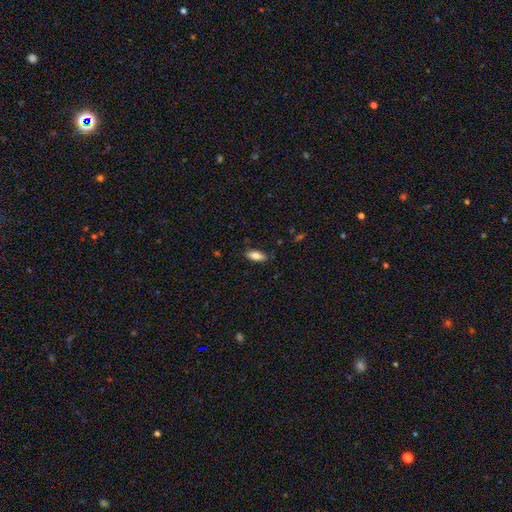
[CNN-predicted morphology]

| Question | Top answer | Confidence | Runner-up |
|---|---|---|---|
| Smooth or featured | smooth | 82% | featured or disk (10%) |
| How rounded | in between | 79% | cigar-shaped (19%) |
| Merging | none | 84% | minor disturbance (12%) |